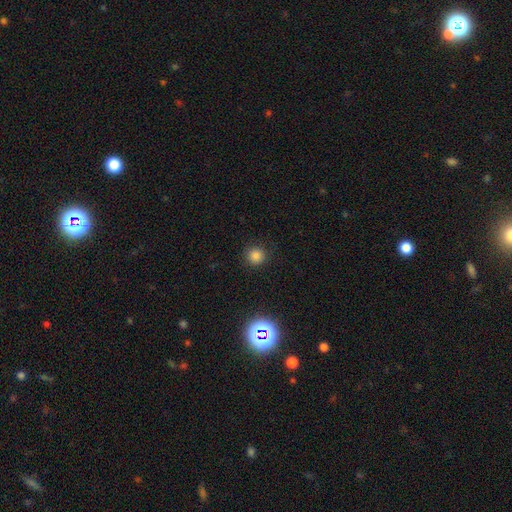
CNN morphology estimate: smooth 80%, star or artifact 16%, featured or disk 4%. Down the decision tree: how rounded — round (93%); merging — none (89%).